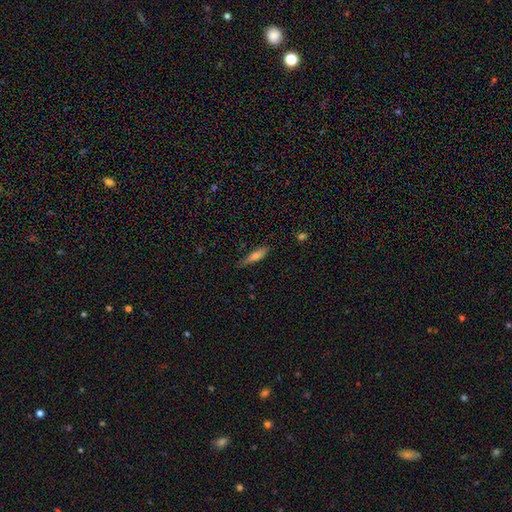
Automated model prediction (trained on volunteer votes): Smooth or featured? smooth (64%)
How rounded? cigar-shaped (77%)
Merging? none (76%)